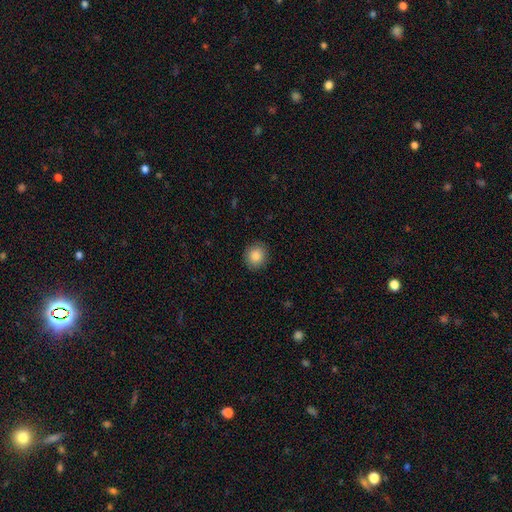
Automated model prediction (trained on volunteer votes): Morphology: type=smooth (85%); roundness=round (84%); merging=none (90%).